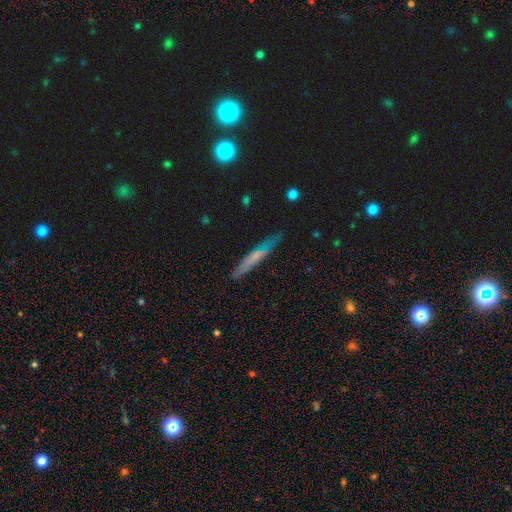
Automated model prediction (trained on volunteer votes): smooth 50%, featured or disk 42%, star or artifact 8%. Down the decision tree: merging — none (81%).